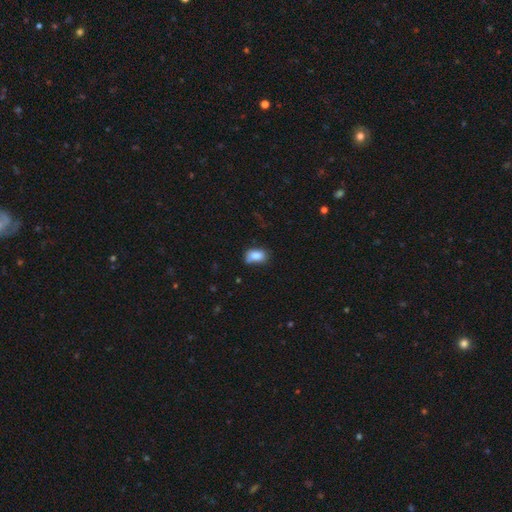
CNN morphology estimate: smooth 83%, star or artifact 9%, featured or disk 8%. Down the decision tree: how rounded — in between (85%); merging — none (54%).